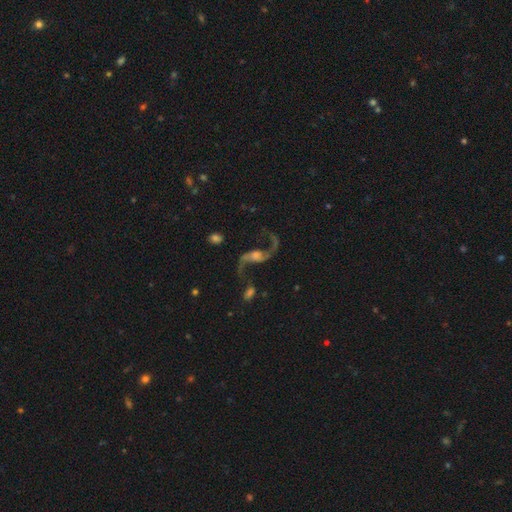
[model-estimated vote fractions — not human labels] smooth_or_featured: featured or disk (p=0.90) [alt: star or artifact p=0.06]
disk_edge_on: no (p=0.95) [alt: yes p=0.05]
bar: no (p=0.50) [alt: weak p=0.34]
has_spiral_arms: yes (p=0.97) [alt: no p=0.03]
spiral_winding: loose (p=0.90) [alt: medium p=0.08]
spiral_arm_count: 2 (p=0.94) [alt: 1 p=0.02]
bulge_size: moderate (p=0.36) [alt: small p=0.27]
merging: none (p=0.67) [alt: minor disturbance p=0.14]